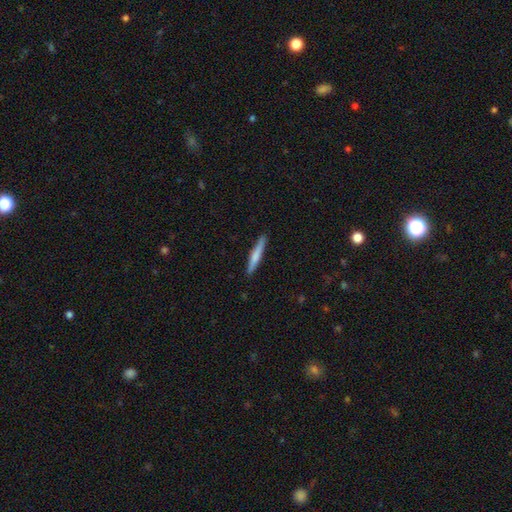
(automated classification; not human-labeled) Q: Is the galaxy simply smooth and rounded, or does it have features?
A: smooth — 65%.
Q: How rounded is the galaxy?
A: cigar-shaped — 94%.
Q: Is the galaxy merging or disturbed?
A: none — 90%.